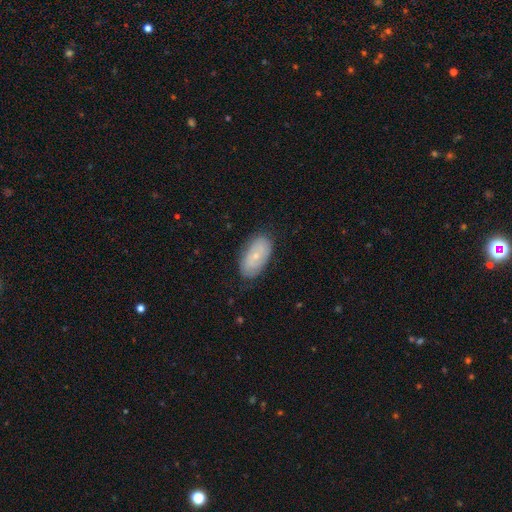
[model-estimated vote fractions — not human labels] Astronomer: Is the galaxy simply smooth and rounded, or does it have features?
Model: smooth — 54% (runner-up: featured or disk, 39%).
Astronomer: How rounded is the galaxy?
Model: in between — 93%.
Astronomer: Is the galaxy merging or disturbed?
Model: none — 80%.